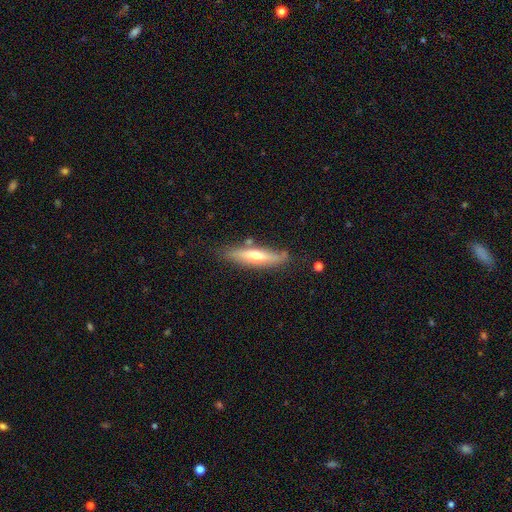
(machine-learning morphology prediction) smooth_or_featured: featured or disk (p=0.49) [alt: smooth p=0.45]
merging: none (p=0.77) [alt: minor disturbance p=0.15]